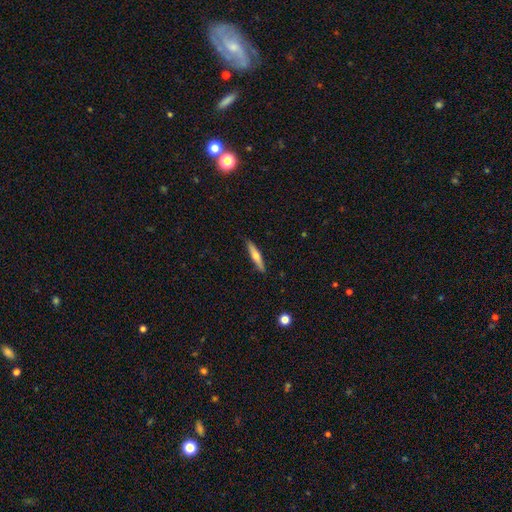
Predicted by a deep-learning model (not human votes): Smooth or featured: featured or disk — 49% (smooth — 46%)
Merging: none — 90% (minor disturbance — 7%)